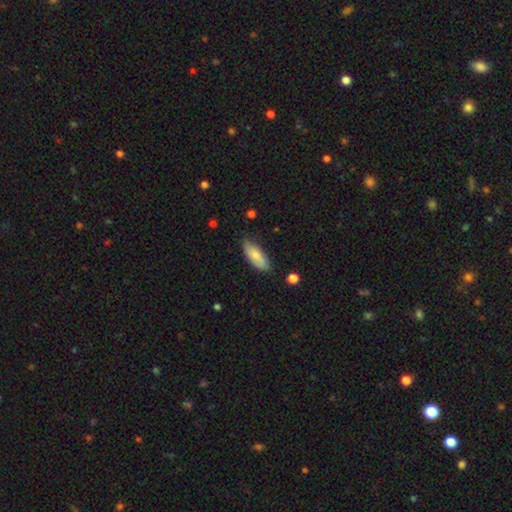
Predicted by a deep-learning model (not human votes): Smooth or featured? smooth (79%)
How rounded? in between (79%)
Merging? none (72%)